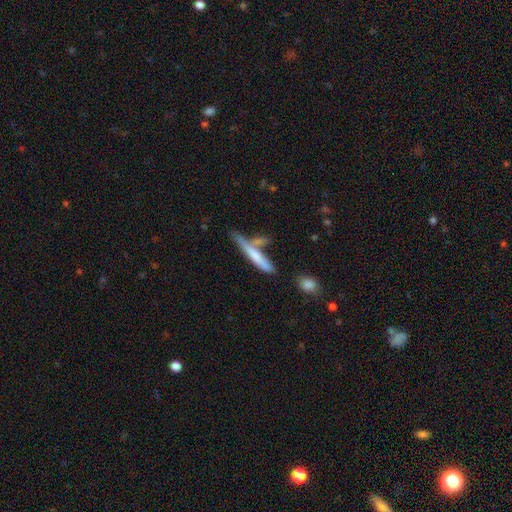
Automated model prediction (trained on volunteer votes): Smooth or featured? Predicted: smooth (p=0.58). How rounded? Predicted: cigar-shaped (p=0.89). Merging? Predicted: none (p=0.50).